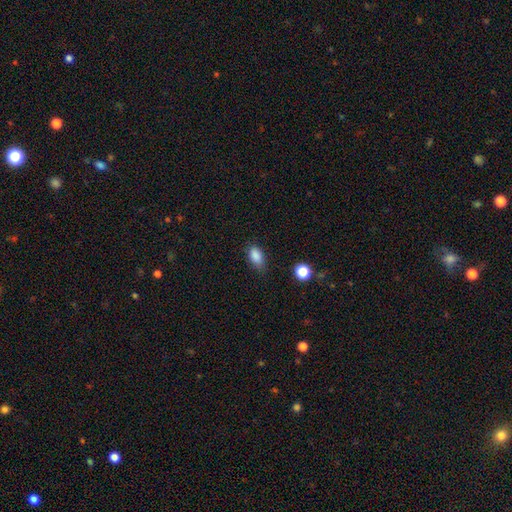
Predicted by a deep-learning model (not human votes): smooth-or-featured: smooth: 86% | star or artifact: 10% | featured or disk: 4%
  how-rounded: in between: 88% | round: 9% | cigar-shaped: 3%
  merging: none: 71% | minor disturbance: 23% | major disturbance: 5% | merger: 2%